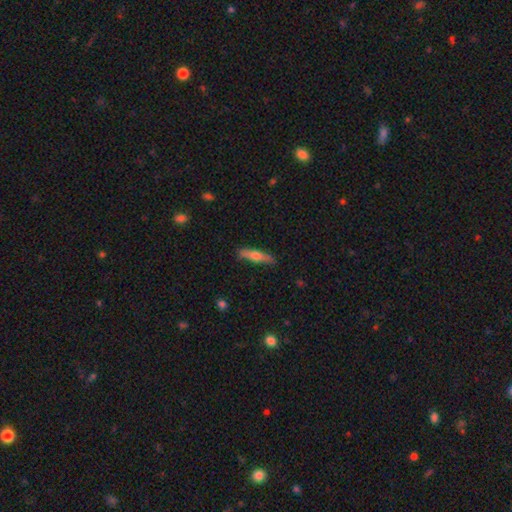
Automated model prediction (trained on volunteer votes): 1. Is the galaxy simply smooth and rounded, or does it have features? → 49% smooth, 46% featured or disk, 6% star or artifact.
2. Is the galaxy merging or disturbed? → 86% none, 11% minor disturbance, 2% major disturbance, 1% merger.